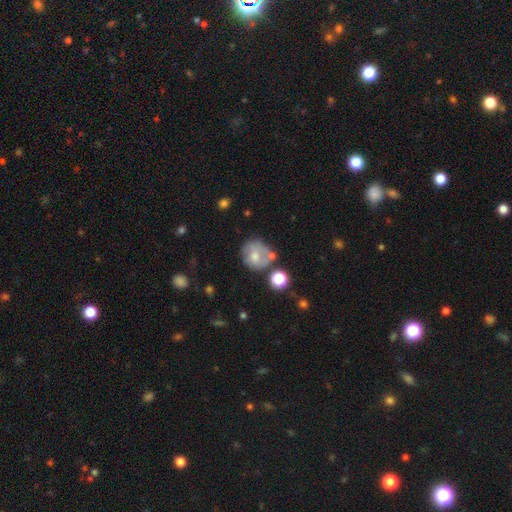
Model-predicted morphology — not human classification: A smooth galaxy with no disk features (59%) that is round (79%). Merging: none (50%).